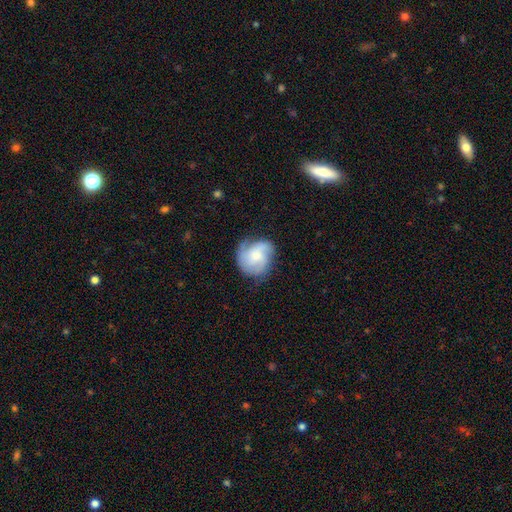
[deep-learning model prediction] smooth_or_featured: featured or disk (p=0.69) [alt: smooth p=0.24]
disk_edge_on: no (p=0.98) [alt: yes p=0.02]
bar: no (p=0.71) [alt: weak p=0.25]
has_spiral_arms: yes (p=0.94) [alt: no p=0.06]
spiral_winding: medium (p=0.45) [alt: tight p=0.39]
spiral_arm_count: 3 (p=0.55) [alt: 2 p=0.15]
bulge_size: moderate (p=0.42) [alt: small p=0.37]
merging: none (p=0.67) [alt: minor disturbance p=0.22]